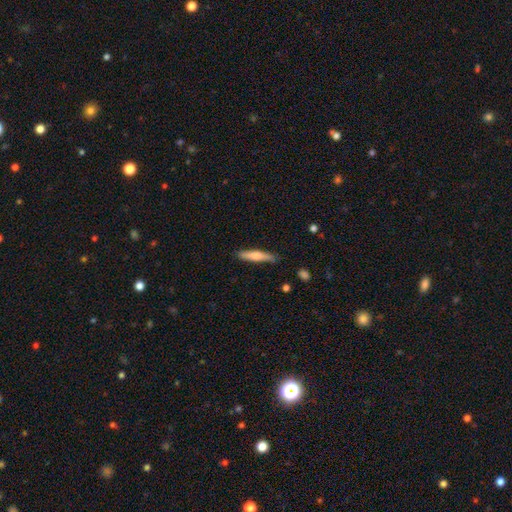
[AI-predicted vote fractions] Smooth or featured?
  - smooth: 65% *
  - featured or disk: 30%
  - star or artifact: 5%
How rounded?
  - cigar-shaped: 88% *
  - in between: 11%
  - round: 1%
Merging?
  - none: 85% *
  - minor disturbance: 12%
  - major disturbance: 2%
  - merger: 2%